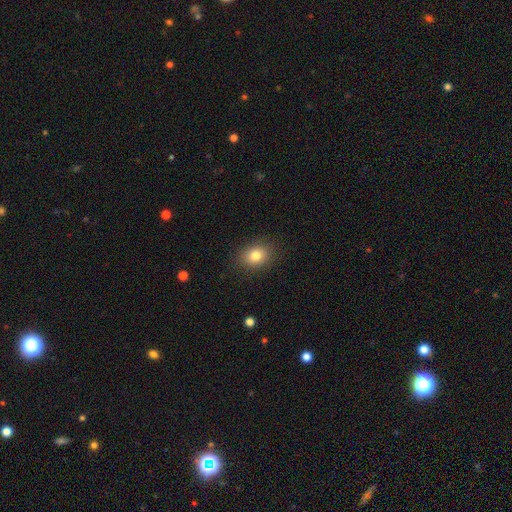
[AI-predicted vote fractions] Smooth or featured?
  - smooth: 81% *
  - star or artifact: 10%
  - featured or disk: 9%
How rounded?
  - in between: 61% *
  - round: 38%
  - cigar-shaped: 1%
Merging?
  - none: 87% *
  - minor disturbance: 9%
  - major disturbance: 3%
  - merger: 1%